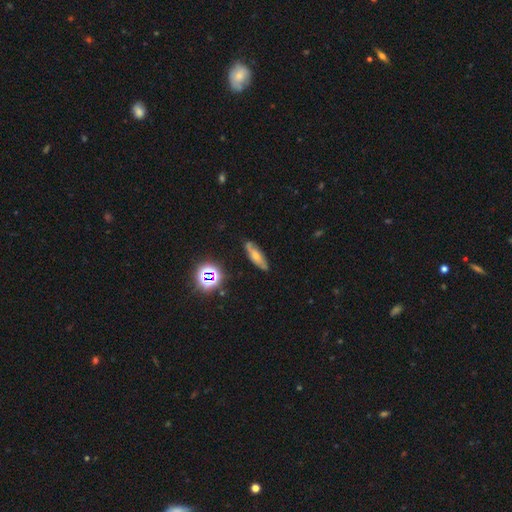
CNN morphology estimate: smooth 51%, featured or disk 34%, star or artifact 15%. Down the decision tree: how rounded — in between (54%); merging — none (75%).